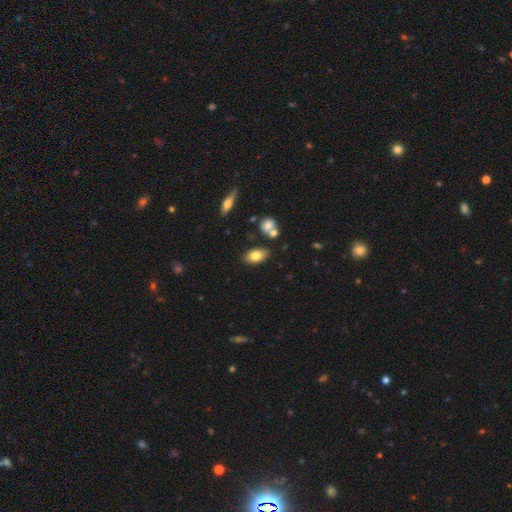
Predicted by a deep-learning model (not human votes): This appears to be a smooth galaxy with no disk features (78%) that is in between round and cigar-shaped (90%). Merging: none (80%).